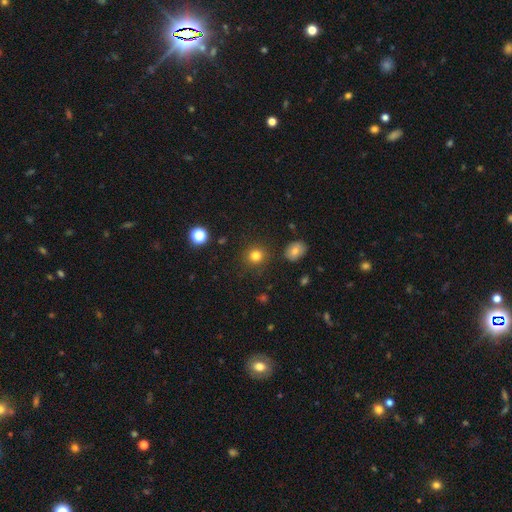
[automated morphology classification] type=smooth (80%); roundness=round (88%); merging=none (87%).